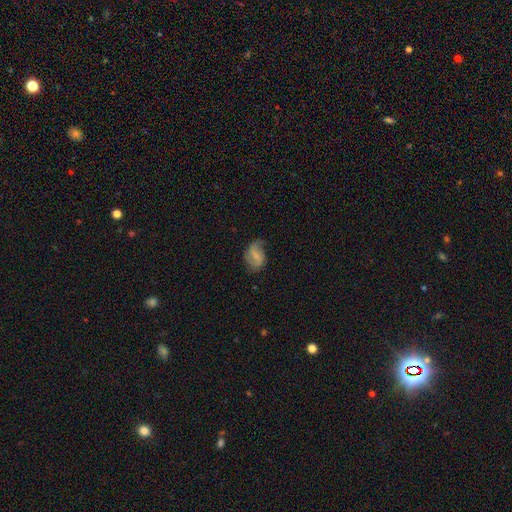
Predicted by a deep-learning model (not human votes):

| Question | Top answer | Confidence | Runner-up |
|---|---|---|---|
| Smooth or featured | featured or disk | 58% | smooth (34%) |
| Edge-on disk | no | 97% | yes (3%) |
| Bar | weak | 50% | no (27%) |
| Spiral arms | yes | 87% | no (13%) |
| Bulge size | small | 50% | none (25%) |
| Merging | none | 61% | minor disturbance (27%) |